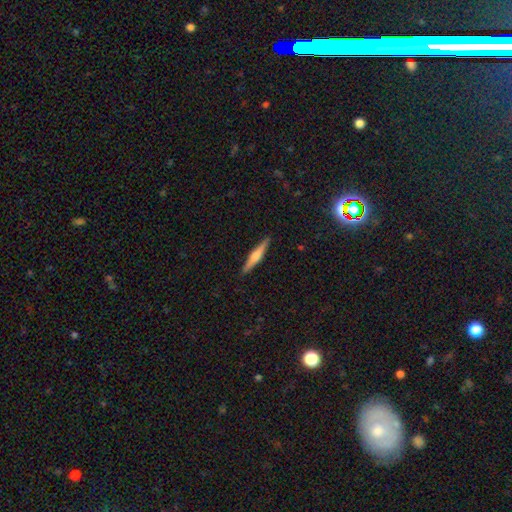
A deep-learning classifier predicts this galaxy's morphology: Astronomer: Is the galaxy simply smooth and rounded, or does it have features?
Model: featured or disk — 56% (runner-up: smooth, 37%).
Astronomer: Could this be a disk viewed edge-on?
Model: yes — 97%.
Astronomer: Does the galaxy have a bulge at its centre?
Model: rounded — 76%.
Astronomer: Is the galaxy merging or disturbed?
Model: none — 91%.